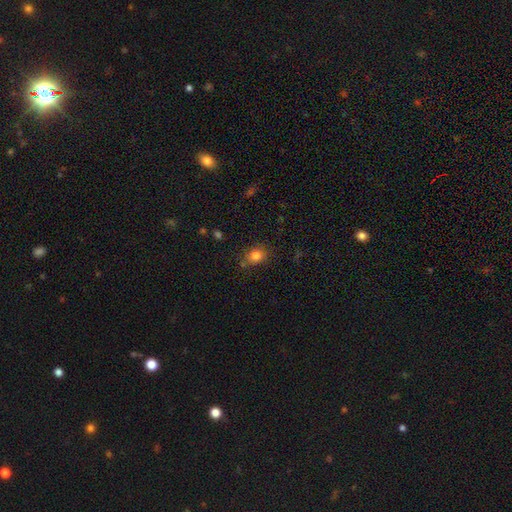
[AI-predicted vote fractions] This is clearly a smooth galaxy (82%). How rounded: possibly round (53%). Merging: likely none (72%).